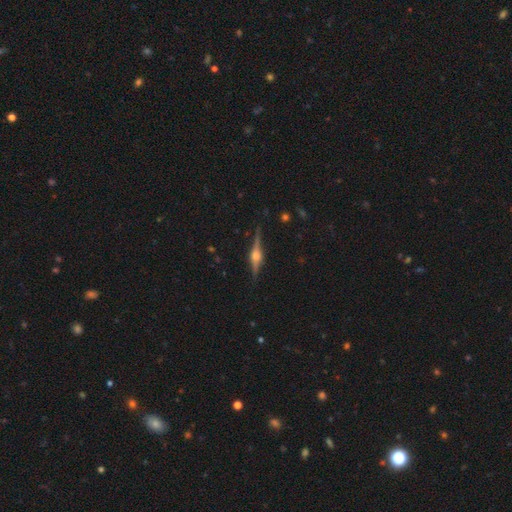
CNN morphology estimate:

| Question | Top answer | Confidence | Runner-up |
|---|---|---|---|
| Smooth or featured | featured or disk | 84% | smooth (9%) |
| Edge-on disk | yes | 98% | no (2%) |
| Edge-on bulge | rounded | 91% | boxy (7%) |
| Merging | none | 88% | minor disturbance (9%) |